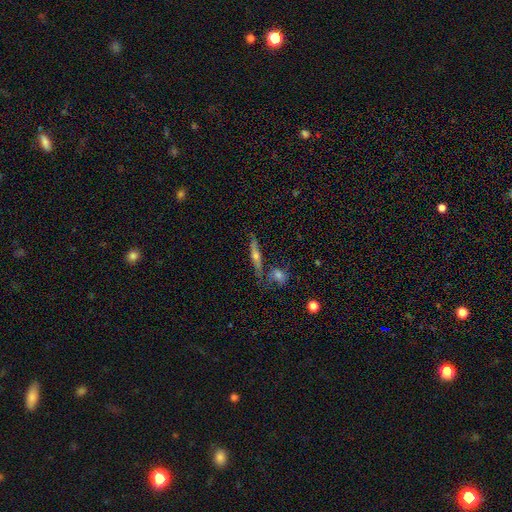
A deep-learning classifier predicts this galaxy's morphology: smooth_or_featured: featured or disk (p=0.68) [alt: smooth p=0.22]
disk_edge_on: yes (p=0.93) [alt: no p=0.07]
edge_on_bulge: rounded (p=0.90) [alt: none p=0.06]
merging: none (p=0.71) [alt: merger p=0.14]